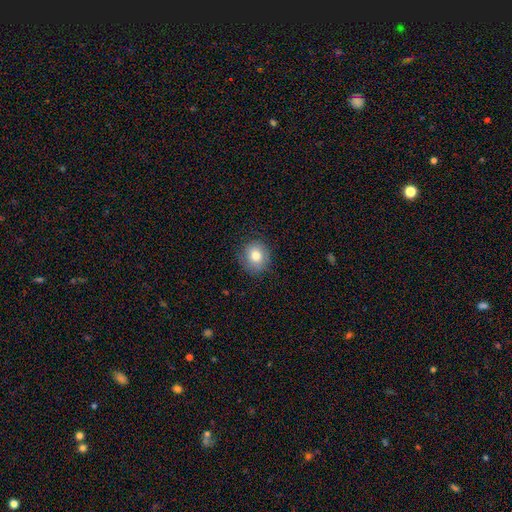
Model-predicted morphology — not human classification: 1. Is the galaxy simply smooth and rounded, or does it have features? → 79% smooth, 11% featured or disk, 9% star or artifact.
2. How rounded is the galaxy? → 85% round, 14% in between, 1% cigar-shaped.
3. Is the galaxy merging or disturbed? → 83% none, 12% minor disturbance, 3% major disturbance, 1% merger.